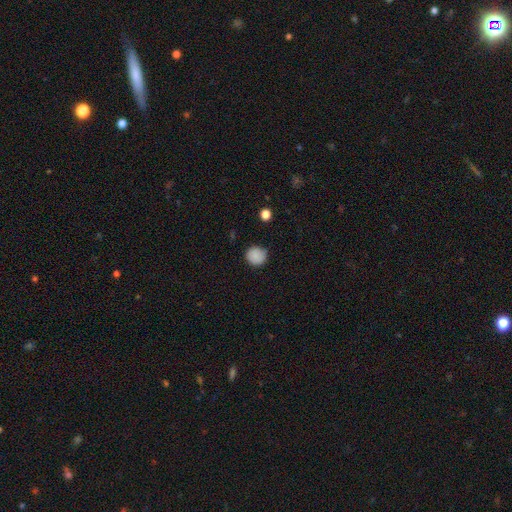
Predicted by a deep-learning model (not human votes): Q: Smooth or featured?
A: smooth (87%); runner-up: star or artifact (9%)
Q: How rounded?
A: round (90%); runner-up: in between (9%)
Q: Merging?
A: none (82%); runner-up: minor disturbance (14%)